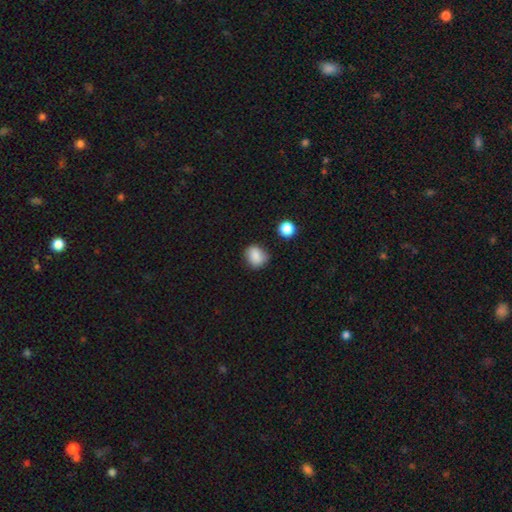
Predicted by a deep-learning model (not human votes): Smooth or featured?
  - smooth: 85% *
  - star or artifact: 10%
  - featured or disk: 6%
How rounded?
  - round: 66% *
  - in between: 33%
  - cigar-shaped: 1%
Merging?
  - none: 76% *
  - minor disturbance: 18%
  - major disturbance: 4%
  - merger: 3%